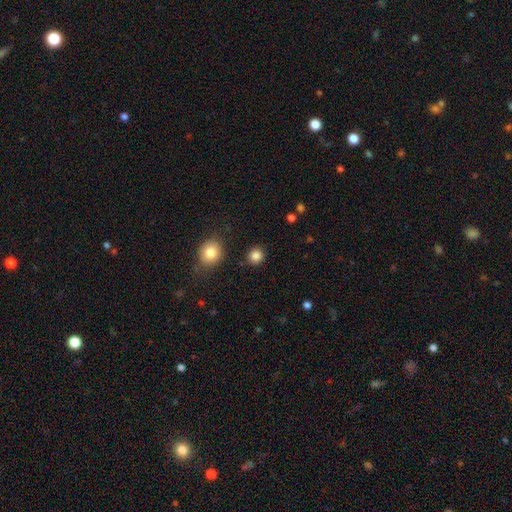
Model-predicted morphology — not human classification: This is clearly a smooth galaxy (86%). How rounded: clearly round (87%). Merging: clearly none (89%).